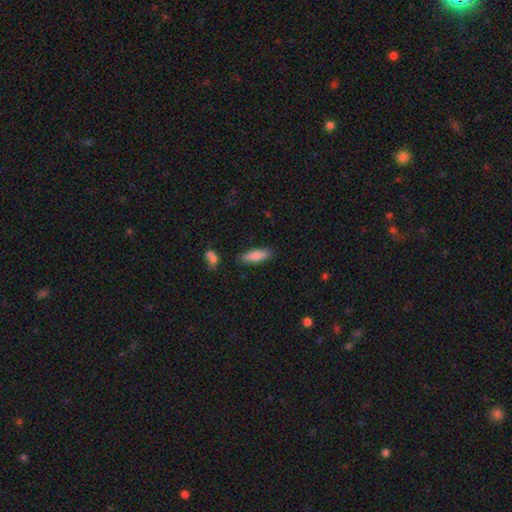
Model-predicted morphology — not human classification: Q: Smooth or featured?
A: smooth (84%); runner-up: featured or disk (10%)
Q: How rounded?
A: cigar-shaped (51%); runner-up: in between (47%)
Q: Merging?
A: none (85%); runner-up: minor disturbance (10%)